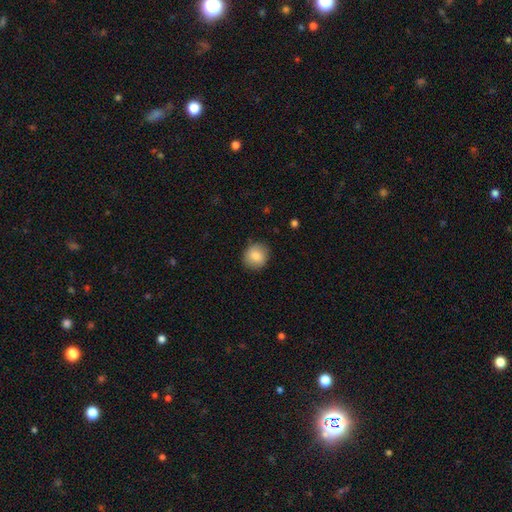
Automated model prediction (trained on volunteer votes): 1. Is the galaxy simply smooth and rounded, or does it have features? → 84% smooth, 8% star or artifact, 8% featured or disk.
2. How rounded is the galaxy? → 86% round, 13% in between, 1% cigar-shaped.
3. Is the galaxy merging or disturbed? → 87% none, 10% minor disturbance, 2% major disturbance, 1% merger.